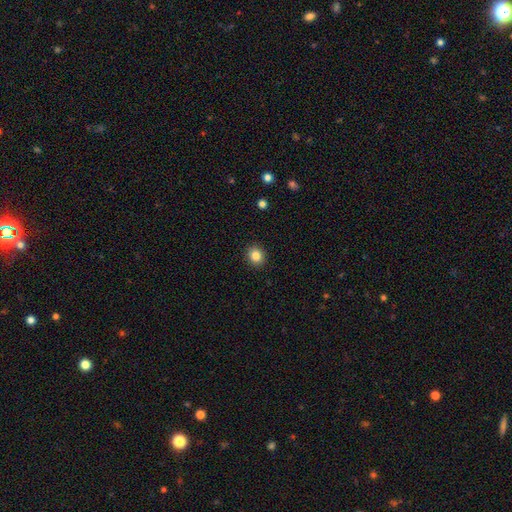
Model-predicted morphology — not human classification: This is clearly a smooth galaxy (84%). How rounded: likely round (78%). Merging: clearly none (92%).